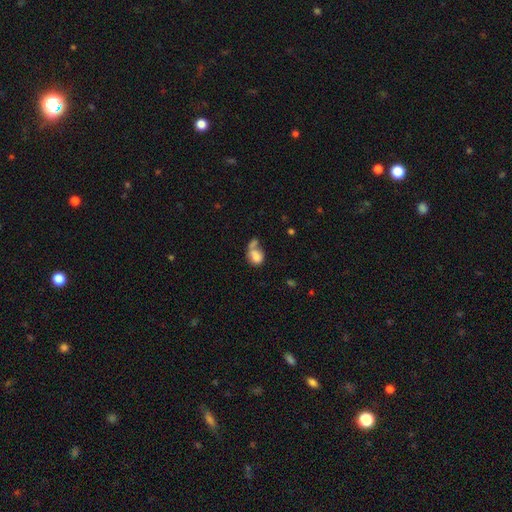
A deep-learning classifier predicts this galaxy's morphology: This appears to be a smooth galaxy with no disk features (77%) that is in between round and cigar-shaped (57%). Merging: merger (47%).